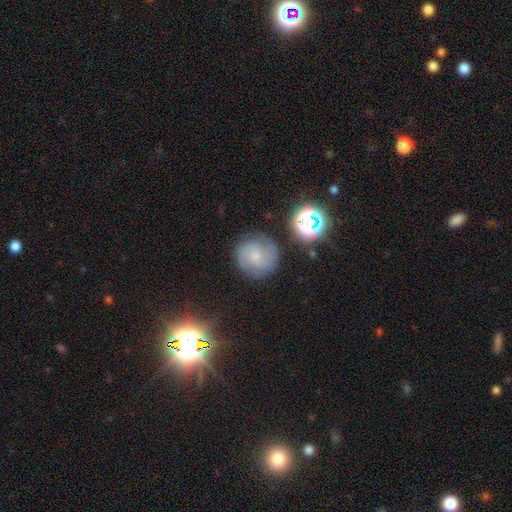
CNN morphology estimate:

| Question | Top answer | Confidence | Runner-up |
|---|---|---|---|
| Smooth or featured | featured or disk | 55% | smooth (31%) |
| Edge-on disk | no | 97% | yes (3%) |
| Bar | no | 60% | weak (34%) |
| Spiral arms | yes | 90% | no (10%) |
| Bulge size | small | 51% | moderate (26%) |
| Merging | none | 76% | minor disturbance (15%) |